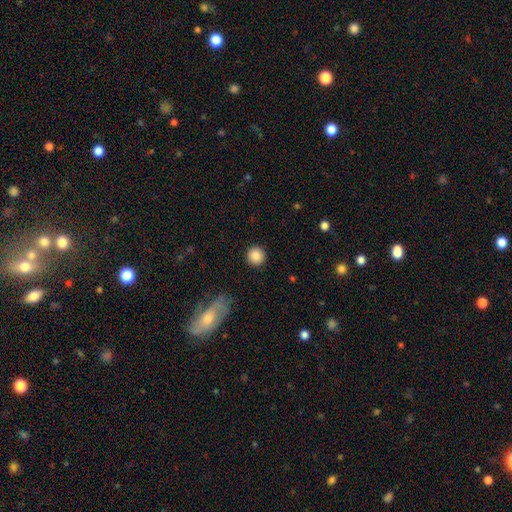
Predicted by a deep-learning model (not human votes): smooth_or_featured: smooth (p=0.87) [alt: star or artifact p=0.08]
how_rounded: round (p=0.94) [alt: in between p=0.05]
merging: none (p=0.91) [alt: minor disturbance p=0.05]